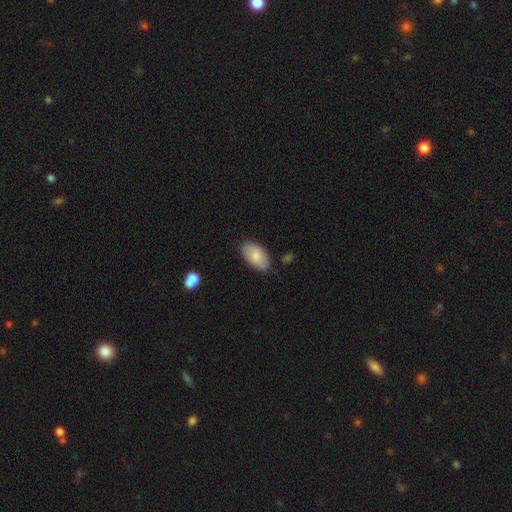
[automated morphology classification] smooth_or_featured: smooth (p=0.81) [alt: featured or disk p=0.13]
how_rounded: in between (p=0.95) [alt: round p=0.03]
merging: none (p=0.83) [alt: minor disturbance p=0.13]